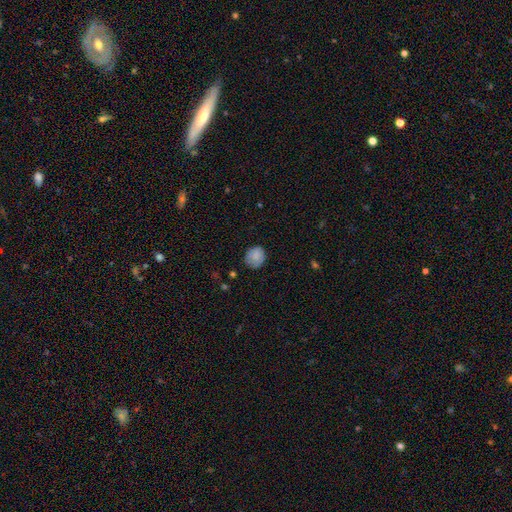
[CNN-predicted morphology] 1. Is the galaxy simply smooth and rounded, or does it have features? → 85% smooth, 8% star or artifact, 7% featured or disk.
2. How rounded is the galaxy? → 73% round, 26% in between, 1% cigar-shaped.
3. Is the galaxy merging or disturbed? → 75% none, 20% minor disturbance, 4% major disturbance, 1% merger.